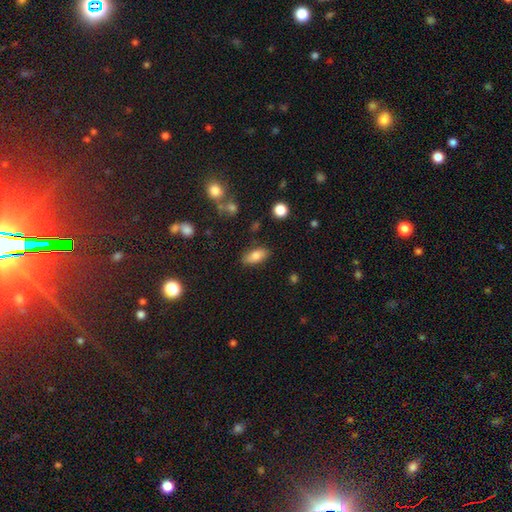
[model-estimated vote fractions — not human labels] Smooth or featured? Predicted: smooth (p=0.78). How rounded? Predicted: in between (p=0.85). Merging? Predicted: none (p=0.82).